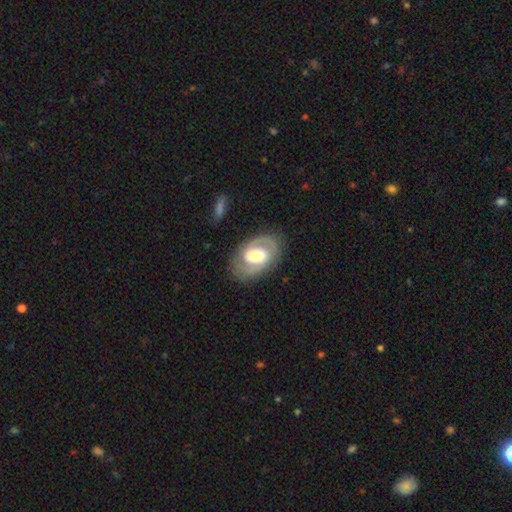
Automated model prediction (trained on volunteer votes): featured or disk 72%, smooth 22%, star or artifact 6%. Down the decision tree: edge-on disk — no (96%); bar — weak (40%); spiral arms — yes (77%); spiral arm count — 2 (81%); spiral winding — medium (45%); bulge size — moderate (46%); merging — none (79%).